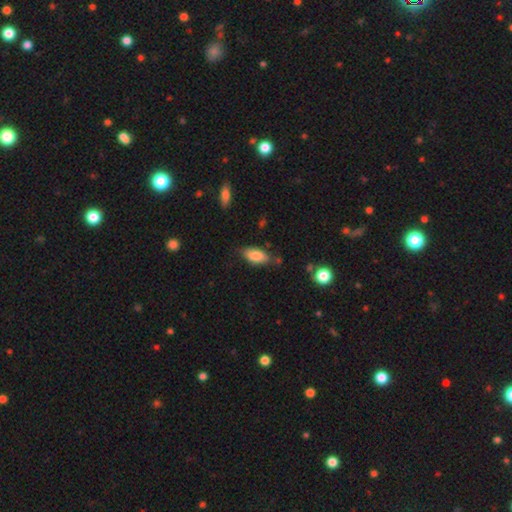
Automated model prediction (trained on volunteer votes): smooth_or_featured: smooth (p=0.81) [alt: featured or disk p=0.12]
how_rounded: in between (p=0.88) [alt: cigar-shaped p=0.10]
merging: none (p=0.67) [alt: minor disturbance p=0.24]